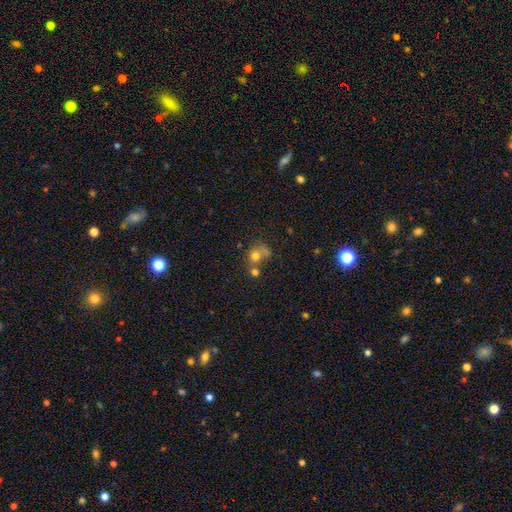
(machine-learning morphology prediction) This is likely a smooth galaxy (67%). How rounded: likely round (67%). Merging: marginally merger (45%).